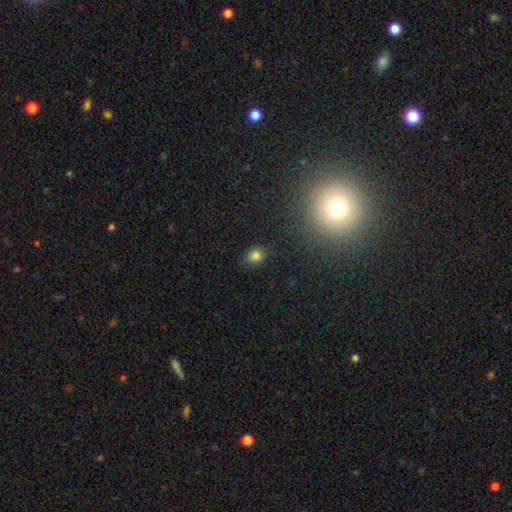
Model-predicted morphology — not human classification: A smooth galaxy with no disk features (79%) that is round (52%).

Vote fractions:
- Smooth or featured? smooth: 79% / star or artifact: 15% / featured or disk: 6%
- How rounded? round: 52% / in between: 47% / cigar-shaped: 1%
- Merging? none: 78% / minor disturbance: 16% / major disturbance: 4% / merger: 2%